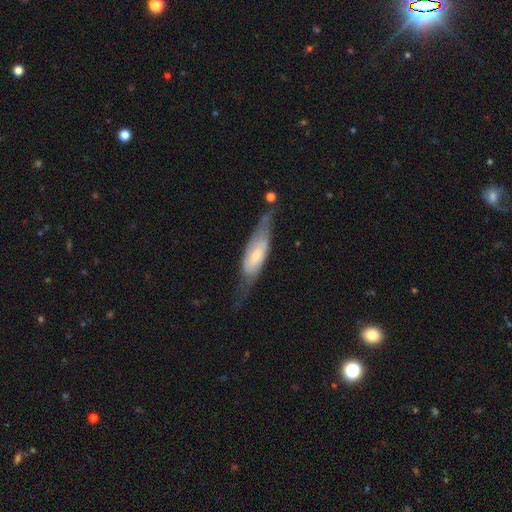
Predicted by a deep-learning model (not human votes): A featured or disk galaxy (58%). Merging: none (53%).